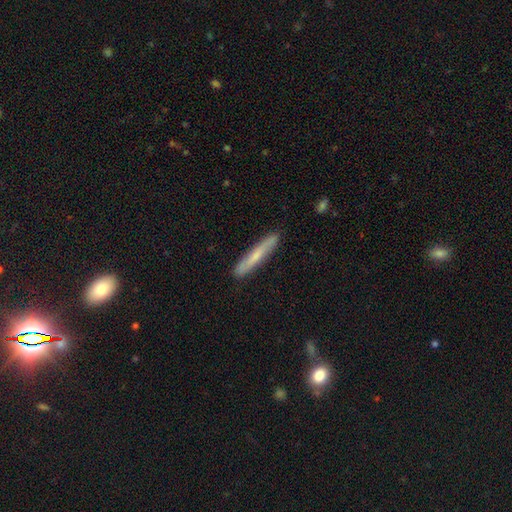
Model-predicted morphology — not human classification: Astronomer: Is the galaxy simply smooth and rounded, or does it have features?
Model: smooth — 59% (runner-up: featured or disk, 35%).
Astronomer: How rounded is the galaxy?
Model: cigar-shaped — 95%.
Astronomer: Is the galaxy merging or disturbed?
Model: none — 88%.